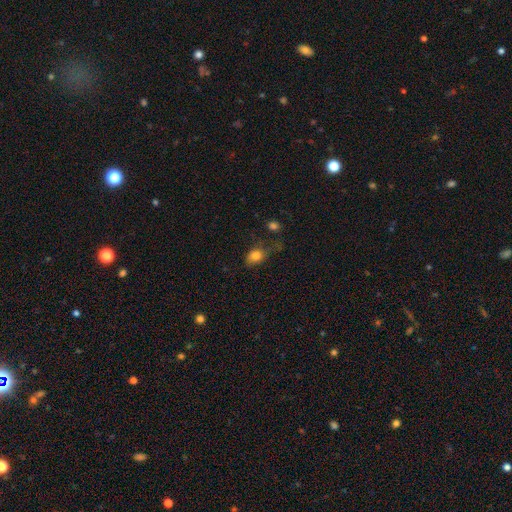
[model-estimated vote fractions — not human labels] A smooth galaxy with no disk features (81%) that is in between round and cigar-shaped (69%). Merging: none (48%).